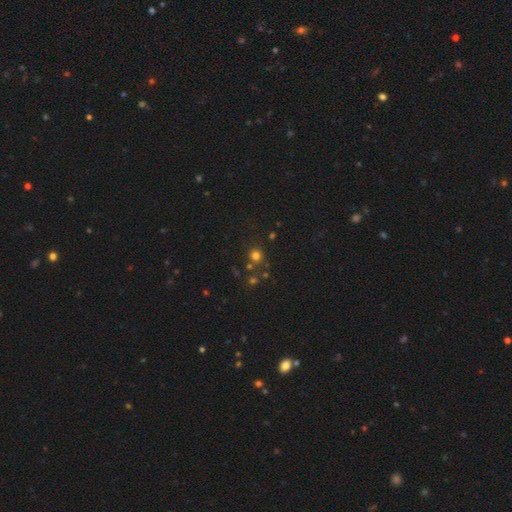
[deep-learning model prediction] Overall: smooth (69%). How rounded: round (91%). Merging: none (77%).